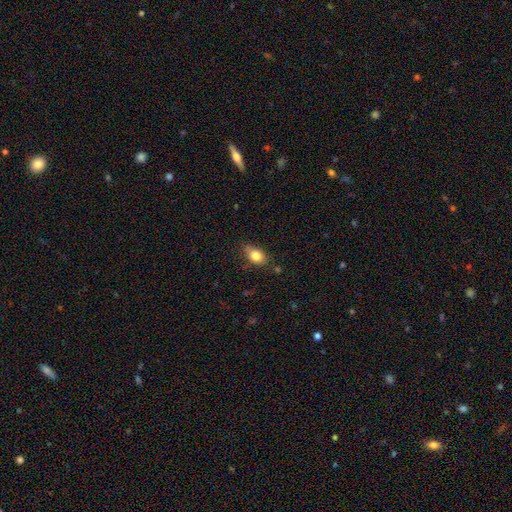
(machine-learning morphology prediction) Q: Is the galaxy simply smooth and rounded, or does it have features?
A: smooth — 81%.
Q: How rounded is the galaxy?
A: in between — 84%.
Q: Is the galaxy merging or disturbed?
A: none — 75%.